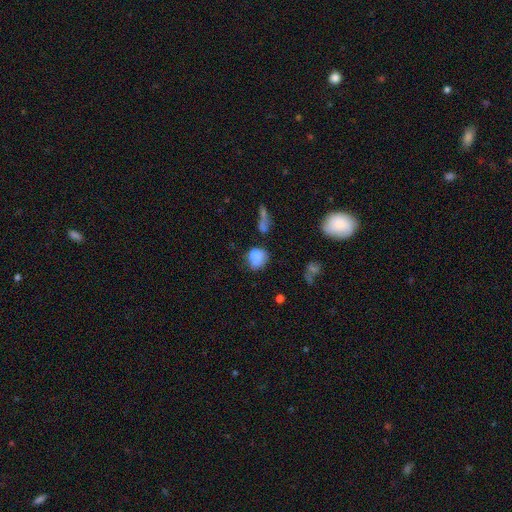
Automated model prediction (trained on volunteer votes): This is likely a smooth galaxy (70%). How rounded: possibly round (56%). Merging: marginally none (40%).